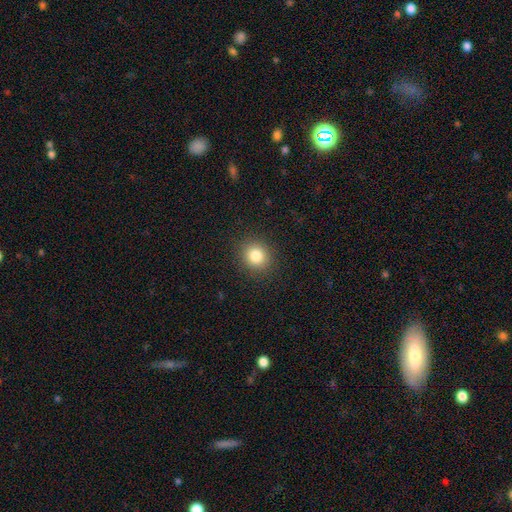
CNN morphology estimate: A smooth galaxy with no disk features (82%) that is round (82%). Merging: none (90%).